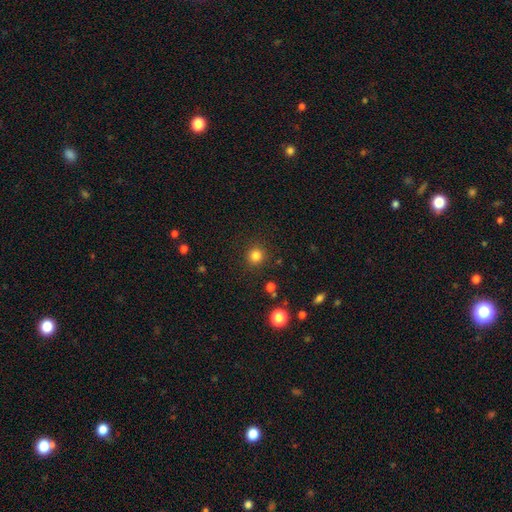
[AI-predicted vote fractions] The model was most divided on "smooth or featured": smooth: 82%, star or artifact: 13%, featured or disk: 5%. More confident: how rounded — round (93%); merging — none (90%).